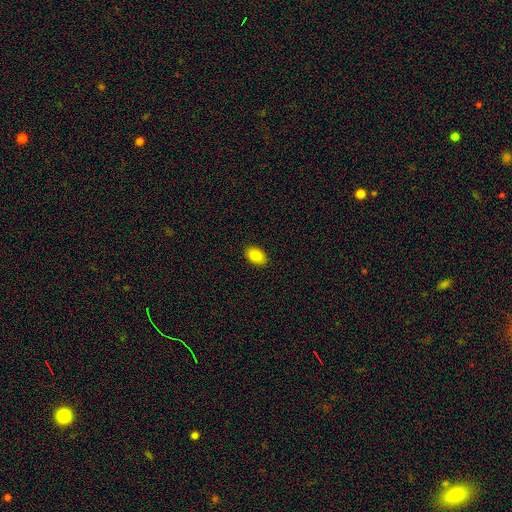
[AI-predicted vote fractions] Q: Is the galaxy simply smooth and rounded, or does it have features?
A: smooth — 85%.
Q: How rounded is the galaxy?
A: in between — 89%.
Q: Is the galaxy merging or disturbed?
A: none — 89%.